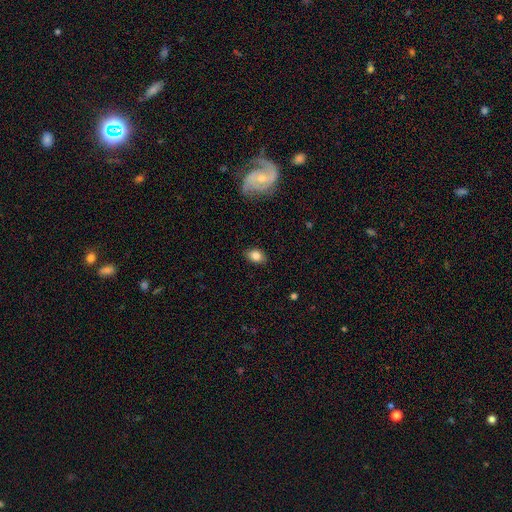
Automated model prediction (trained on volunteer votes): Smooth or featured? Predicted: smooth (p=0.82). How rounded? Predicted: in between (p=0.80). Merging? Predicted: none (p=0.85).